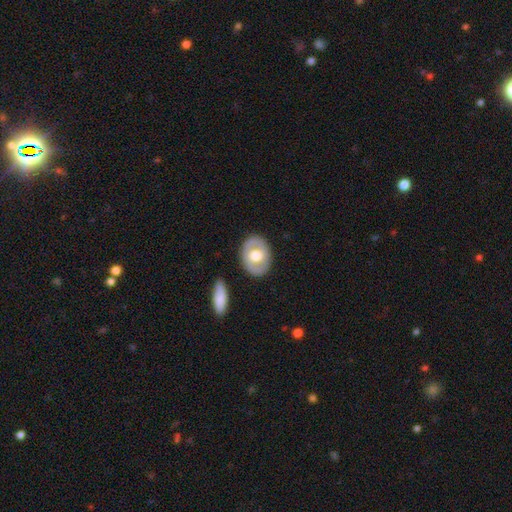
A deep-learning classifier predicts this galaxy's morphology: smooth-or-featured: smooth: 50% | featured or disk: 45% | star or artifact: 5%
  how-rounded: in between: 68% | round: 31% | cigar-shaped: 1%
  merging: none: 84% | minor disturbance: 10% | major disturbance: 3% | merger: 3%